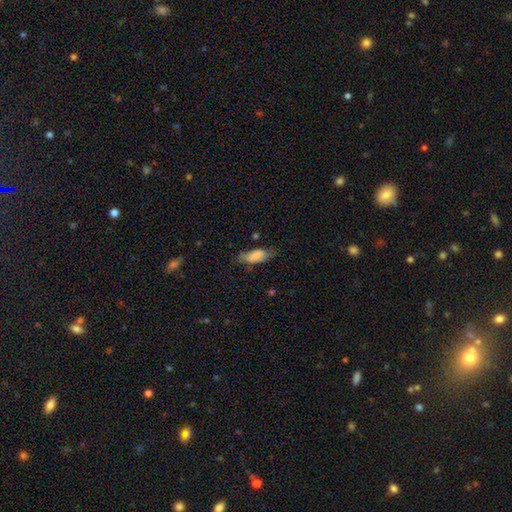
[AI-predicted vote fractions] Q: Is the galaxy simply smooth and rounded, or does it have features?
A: smooth — 78%.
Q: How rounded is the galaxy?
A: in between — 76%.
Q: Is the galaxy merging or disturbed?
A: none — 57%.